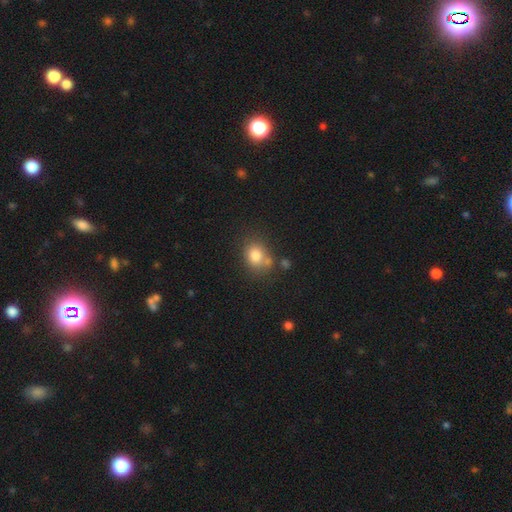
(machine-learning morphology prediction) Smooth or featured: smooth — 81% (star or artifact — 10%)
How rounded: round — 57% (in between — 42%)
Merging: none — 58% (merger — 18%)